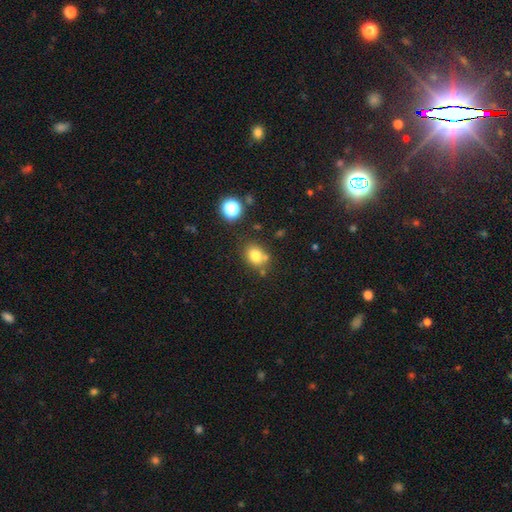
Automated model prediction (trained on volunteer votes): A smooth galaxy with no disk features (78%) that is round (51%). Merging: none (67%).